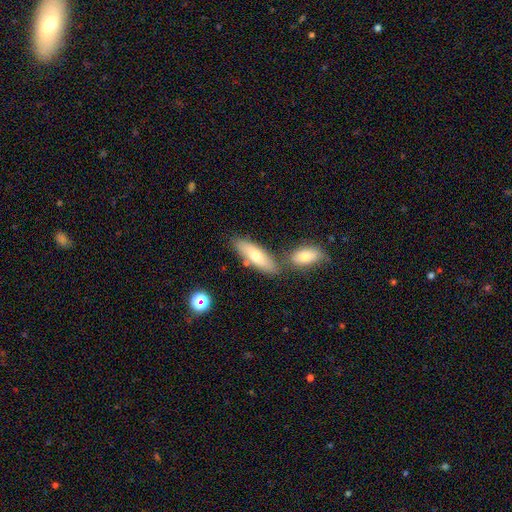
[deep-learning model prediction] A smooth galaxy with no disk features (66%) that is in between round and cigar-shaped (54%). Merging: none (65%).